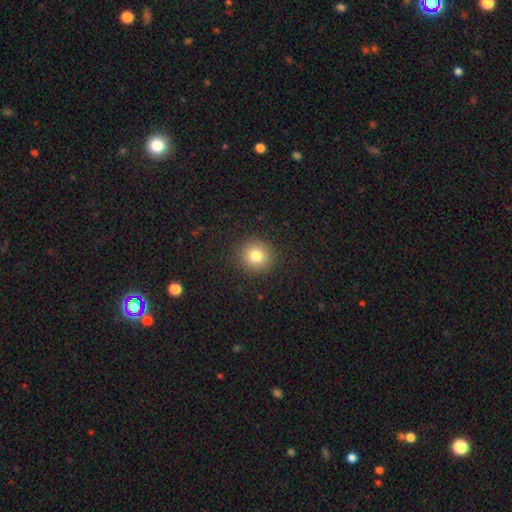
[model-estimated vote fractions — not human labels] This appears to be a smooth galaxy with no disk features (79%) that is round (92%). Merging: none (91%).